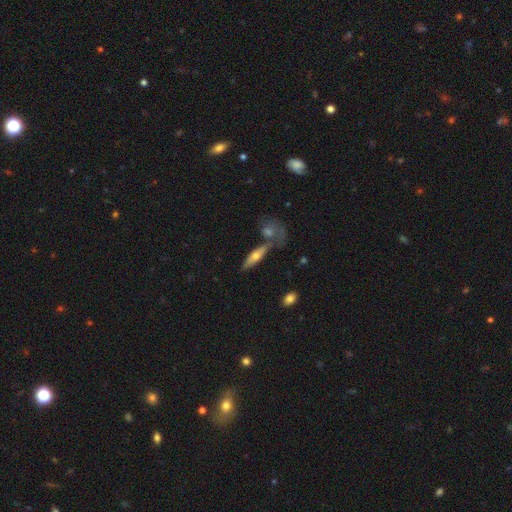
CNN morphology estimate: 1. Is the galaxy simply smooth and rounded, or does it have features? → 51% smooth, 42% featured or disk, 7% star or artifact.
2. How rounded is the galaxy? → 61% cigar-shaped, 36% in between, 3% round.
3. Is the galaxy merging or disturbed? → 58% none, 21% merger, 15% minor disturbance, 6% major disturbance.